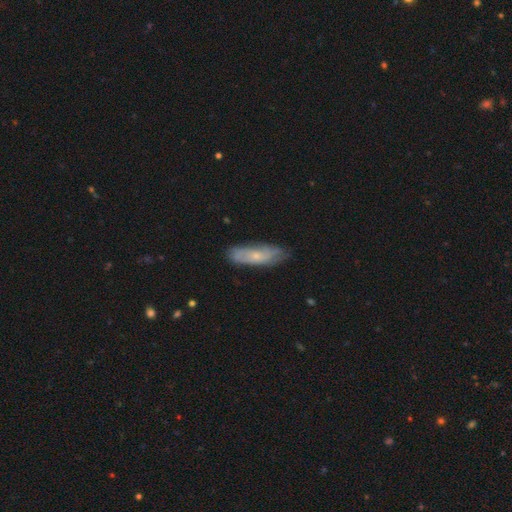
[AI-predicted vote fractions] Smooth or featured? Predicted: smooth (p=0.48). Merging? Predicted: none (p=0.75).